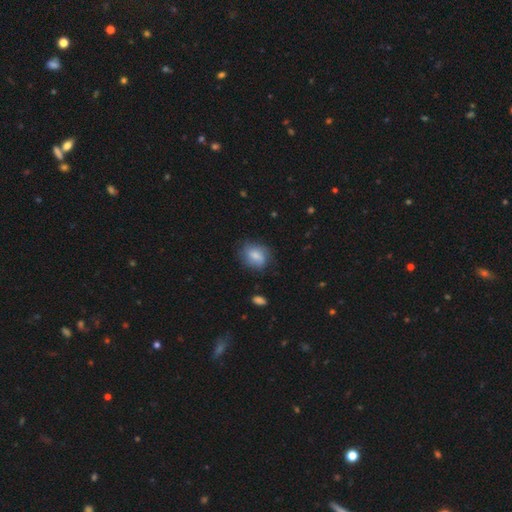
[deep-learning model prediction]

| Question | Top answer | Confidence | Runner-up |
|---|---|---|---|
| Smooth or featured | smooth | 71% | featured or disk (22%) |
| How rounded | in between | 55% | round (43%) |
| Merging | none | 68% | minor disturbance (23%) |